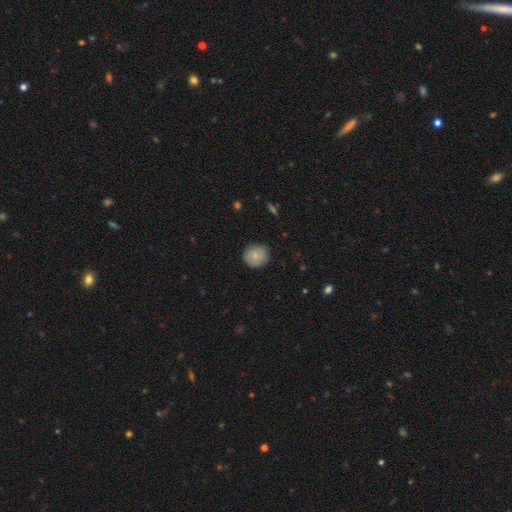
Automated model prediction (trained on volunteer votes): Overall: smooth (82%). How rounded: round (88%). Merging: none (86%).